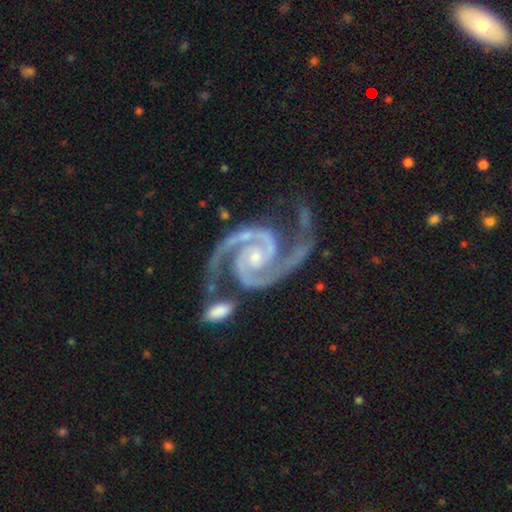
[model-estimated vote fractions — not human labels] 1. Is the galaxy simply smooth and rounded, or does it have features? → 95% featured or disk, 3% star or artifact, 2% smooth.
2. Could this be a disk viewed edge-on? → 98% no, 2% yes.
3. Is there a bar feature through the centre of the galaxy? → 62% no, 25% weak, 12% strong.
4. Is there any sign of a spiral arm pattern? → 99% yes, 1% no.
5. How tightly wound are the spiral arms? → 50% medium, 44% tight, 6% loose.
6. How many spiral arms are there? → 94% 2, 2% 3, 1% can't tell, 1% 1, 1% 4, 1% more than 4.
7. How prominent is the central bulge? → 67% small, 27% moderate, 3% none, 2% large, 1% dominant.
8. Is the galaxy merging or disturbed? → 56% none, 20% minor disturbance, 15% merger, 9% major disturbance.